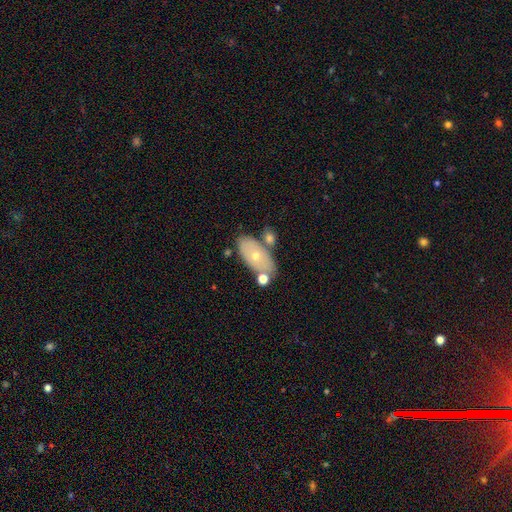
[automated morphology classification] smooth_or_featured: smooth (p=0.55) [alt: featured or disk p=0.38]
how_rounded: in between (p=0.90) [alt: round p=0.06]
merging: none (p=0.64) [alt: merger p=0.17]